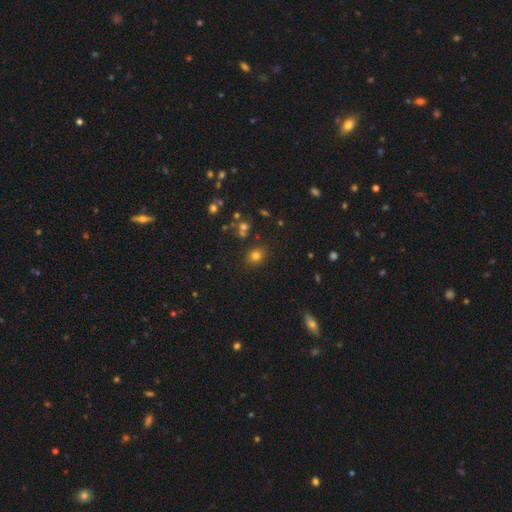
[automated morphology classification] The model was most divided on "how rounded": round: 67%, in between: 32%, cigar-shaped: 1%. More confident: merging — none (81%); smooth or featured — smooth (76%).